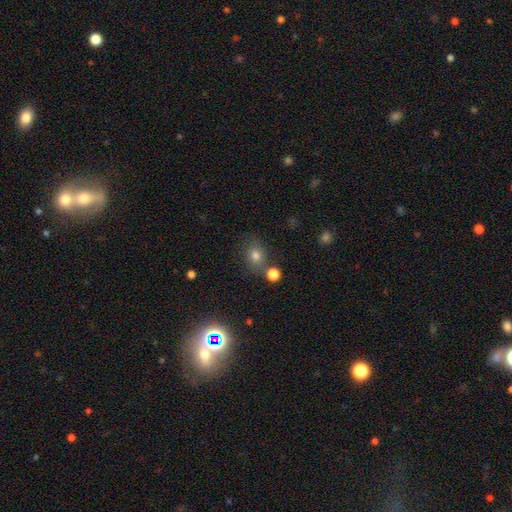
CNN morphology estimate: Smooth or featured: smooth — 73% (star or artifact — 19%)
How rounded: round — 62% (in between — 36%)
Merging: none — 72% (minor disturbance — 12%)